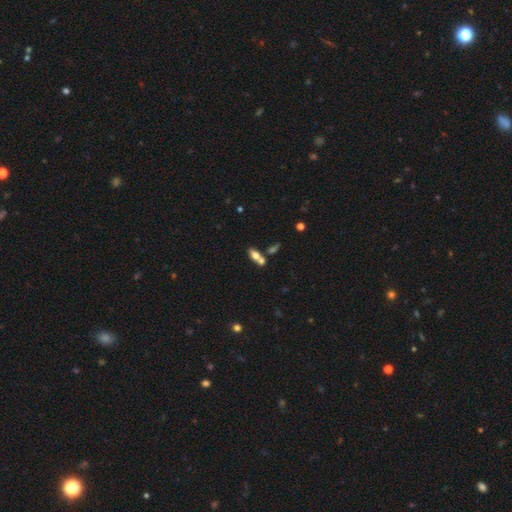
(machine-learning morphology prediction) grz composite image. It shows a smooth galaxy with no disk features (69%) that is in between round and cigar-shaped (81%). Merging: merger (49%).